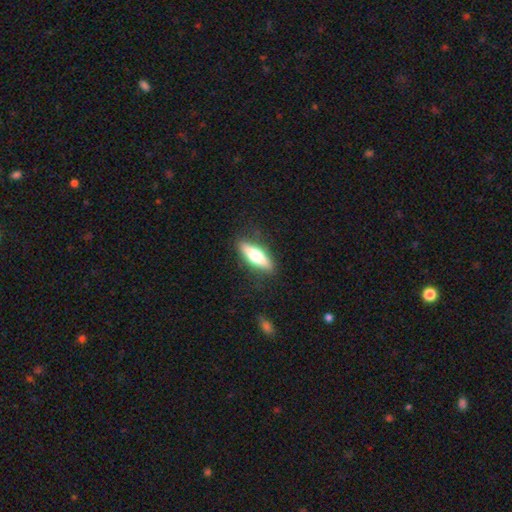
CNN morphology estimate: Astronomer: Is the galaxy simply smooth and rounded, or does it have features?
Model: smooth — 52% (runner-up: featured or disk, 42%).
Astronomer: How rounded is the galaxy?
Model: cigar-shaped — 54% (runner-up: in between, 43%).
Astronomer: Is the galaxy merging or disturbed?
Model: none — 85%.